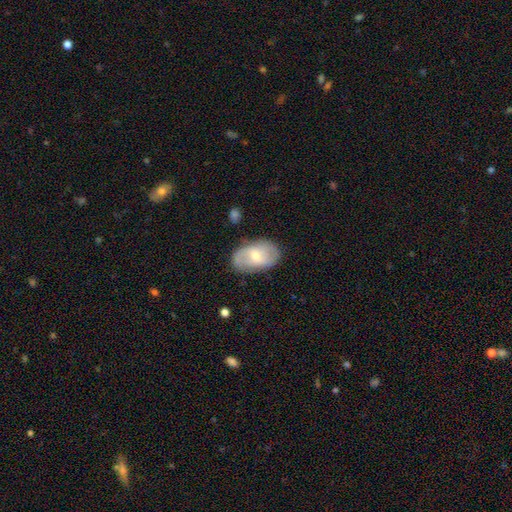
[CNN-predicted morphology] A featured or disk galaxy (56%) with a weak bar (47%), spiral arms (69%) and a moderate central bulge (55%). Merging: none (75%).